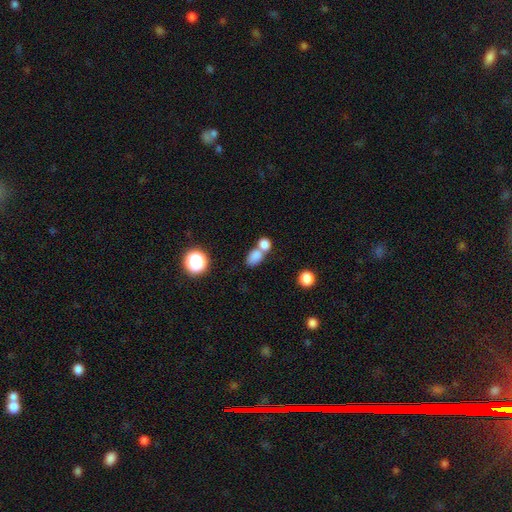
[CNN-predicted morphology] The model was most divided on "merging": merger: 50%, none: 37%, minor disturbance: 9%, major disturbance: 4%. More confident: smooth or featured — smooth (81%); how rounded — in between (75%).